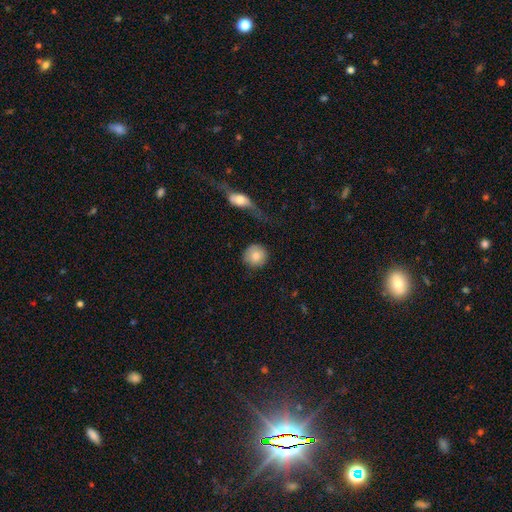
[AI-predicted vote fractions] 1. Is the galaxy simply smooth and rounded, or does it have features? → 84% smooth, 9% featured or disk, 7% star or artifact.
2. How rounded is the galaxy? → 91% round, 7% in between, 1% cigar-shaped.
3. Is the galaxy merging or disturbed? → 75% none, 13% minor disturbance, 6% major disturbance, 6% merger.